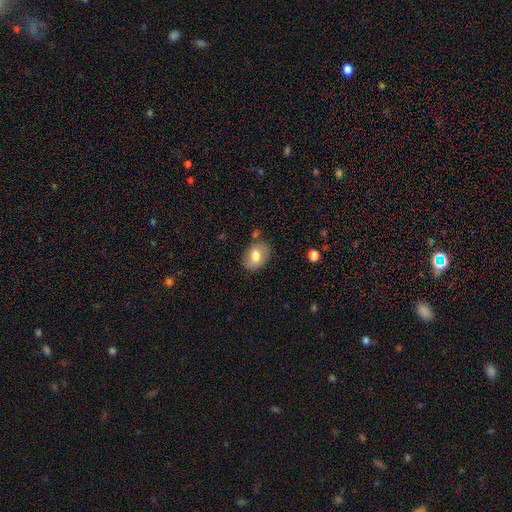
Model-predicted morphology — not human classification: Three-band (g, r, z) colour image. It shows a smooth galaxy with no disk features (73%) that is in between round and cigar-shaped (74%). Merging: none (77%).